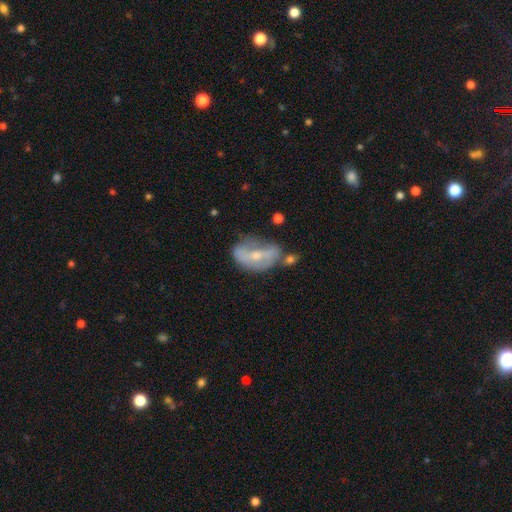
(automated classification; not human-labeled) smooth_or_featured: featured or disk (p=0.60) [alt: smooth p=0.31]
disk_edge_on: no (p=0.92) [alt: yes p=0.08]
bar: weak (p=0.37) [alt: no p=0.36]
has_spiral_arms: no (p=0.50) [tied with: yes p=0.50]
bulge_size: small (p=0.51) [alt: moderate p=0.43]
merging: none (p=0.40) [alt: minor disturbance p=0.29]